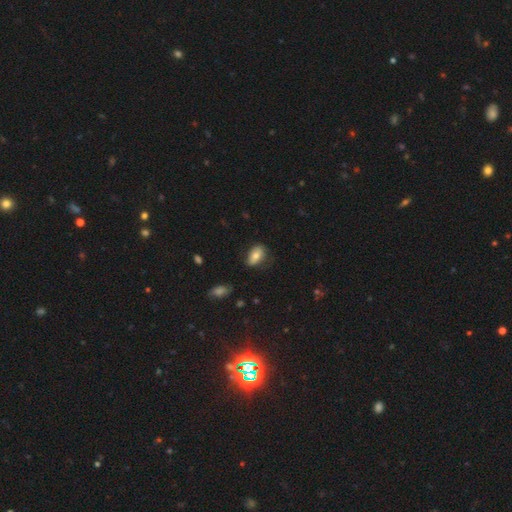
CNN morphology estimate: Overall: smooth (73%). How rounded: in between (89%). Merging: none (68%).